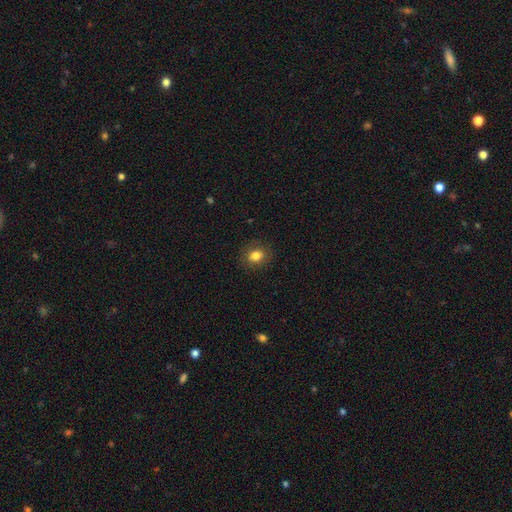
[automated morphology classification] smooth 82%, star or artifact 10%, featured or disk 8%. Down the decision tree: how rounded — in between (55%); merging — none (86%).